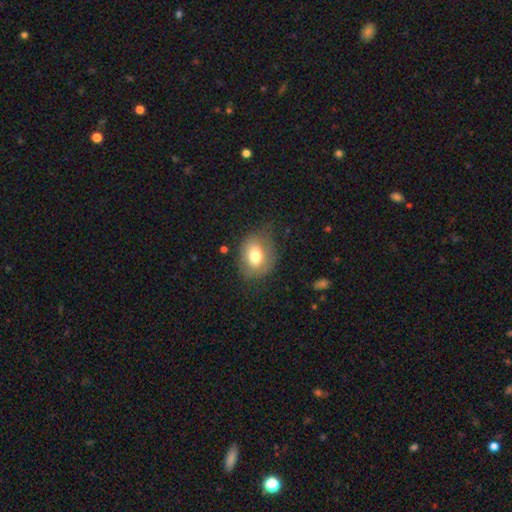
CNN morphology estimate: The model was most divided on "how rounded": in between: 58%, round: 41%, cigar-shaped: 1%. More confident: smooth or featured — smooth (73%); merging — none (64%).